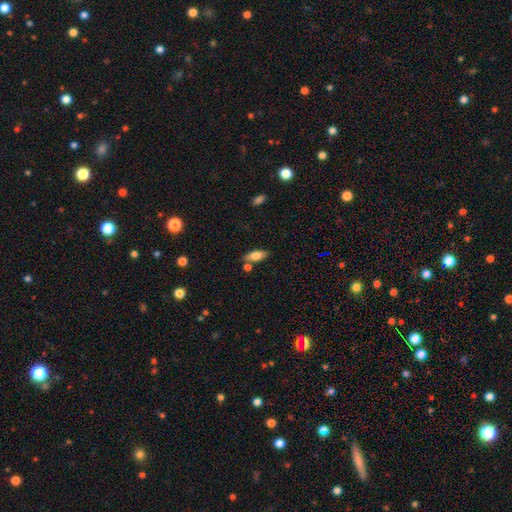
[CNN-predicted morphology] The model was most divided on "how rounded": in between: 74%, cigar-shaped: 24%, round: 3%. More confident: smooth or featured — smooth (74%); merging — none (72%).